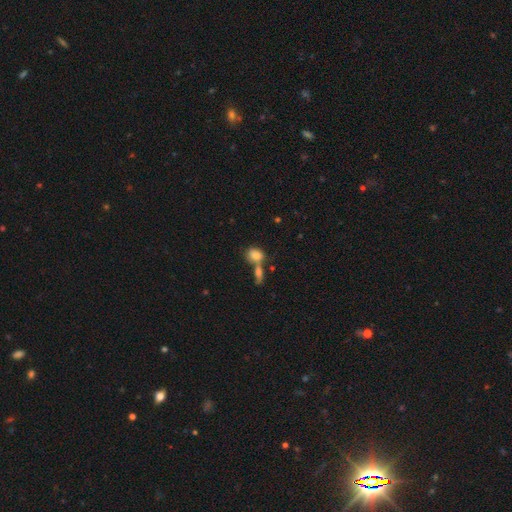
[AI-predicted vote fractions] smooth 82%, star or artifact 9%, featured or disk 9%. Down the decision tree: how rounded — in between (72%); merging — merger (48%).